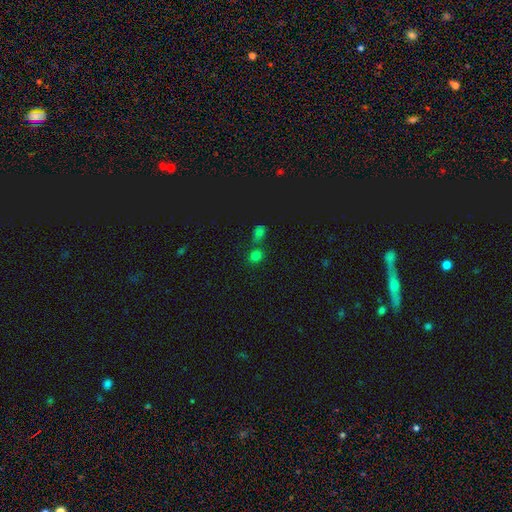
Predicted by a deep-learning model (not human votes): Overall: smooth (71%). How rounded: round (71%). Merging: none (59%; merger 29%).